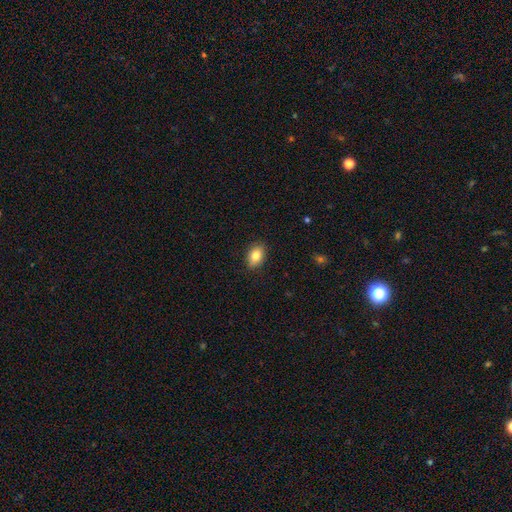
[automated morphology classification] Smooth or featured? Predicted: smooth (p=0.83). How rounded? Predicted: in between (p=0.83). Merging? Predicted: none (p=0.88).